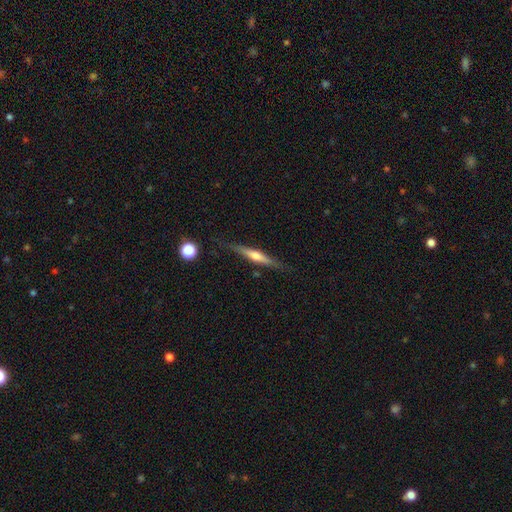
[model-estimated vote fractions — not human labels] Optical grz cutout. It shows a featured or disk galaxy (63%) viewed edge-on (97%) with a rounded central bulge (80%). Merging: none (83%).